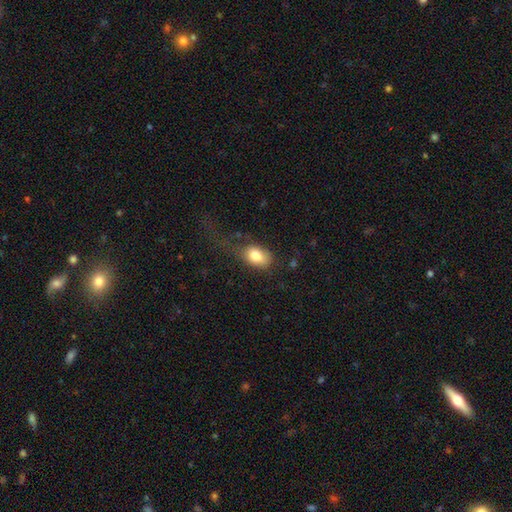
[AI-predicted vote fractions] Smooth or featured? smooth (81%)
How rounded? in between (86%)
Merging? none (45%)